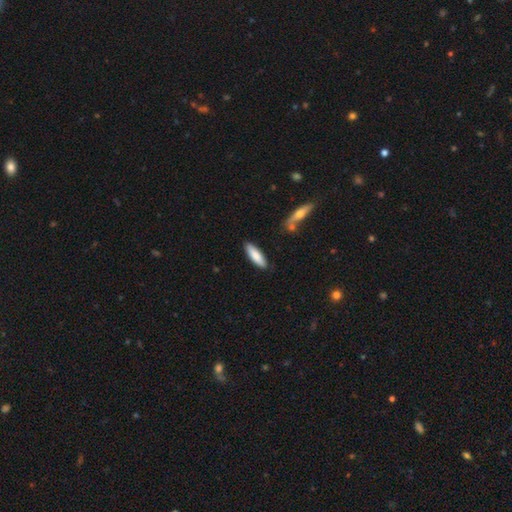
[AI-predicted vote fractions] Morphology: type=smooth (82%); roundness=cigar-shaped (55%); merging=none (86%).